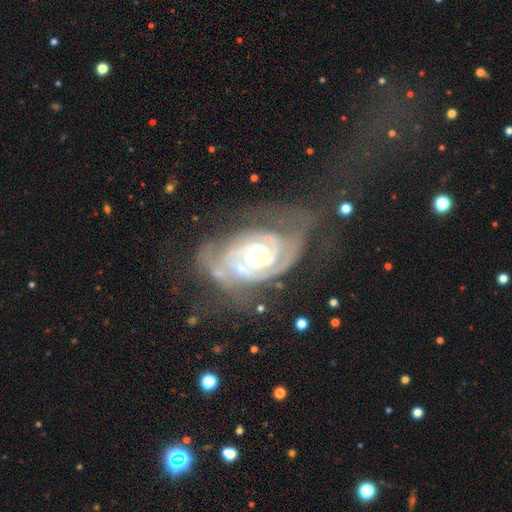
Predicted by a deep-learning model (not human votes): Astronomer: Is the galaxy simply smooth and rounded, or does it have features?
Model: featured or disk — 90%.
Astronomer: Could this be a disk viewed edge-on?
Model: no — 97%.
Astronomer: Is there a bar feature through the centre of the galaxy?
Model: no — 65%.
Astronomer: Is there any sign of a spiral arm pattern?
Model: yes — 95%.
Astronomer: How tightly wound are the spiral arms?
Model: tight — 68%.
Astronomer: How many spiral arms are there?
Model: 2 — 42% (runner-up: can't tell, 21%).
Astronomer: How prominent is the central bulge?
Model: moderate — 51% (runner-up: large, 37%).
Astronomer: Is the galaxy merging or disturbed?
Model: none — 48% (runner-up: major disturbance, 25%).